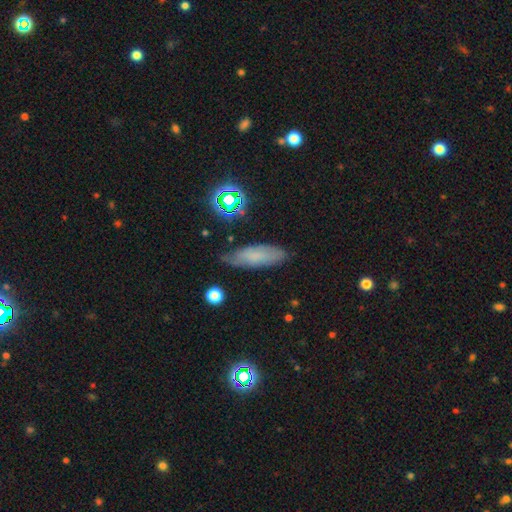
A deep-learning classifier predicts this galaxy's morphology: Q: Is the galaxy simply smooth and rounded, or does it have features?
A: smooth — 64%.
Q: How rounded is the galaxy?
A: in between — 57%.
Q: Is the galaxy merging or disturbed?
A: none — 71%.